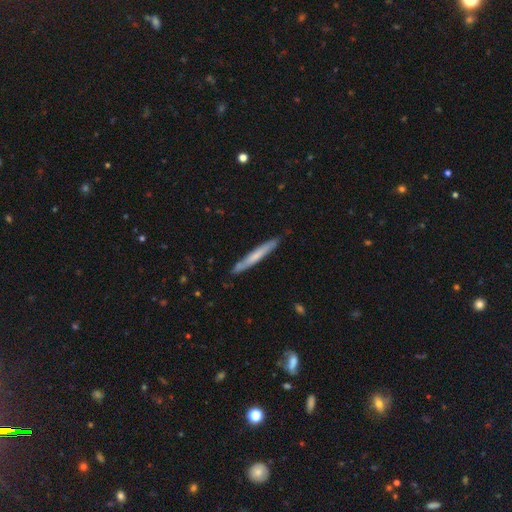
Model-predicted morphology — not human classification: Smooth or featured: smooth — 56% (featured or disk — 39%)
How rounded: cigar-shaped — 96% (in between — 3%)
Merging: none — 85% (minor disturbance — 11%)